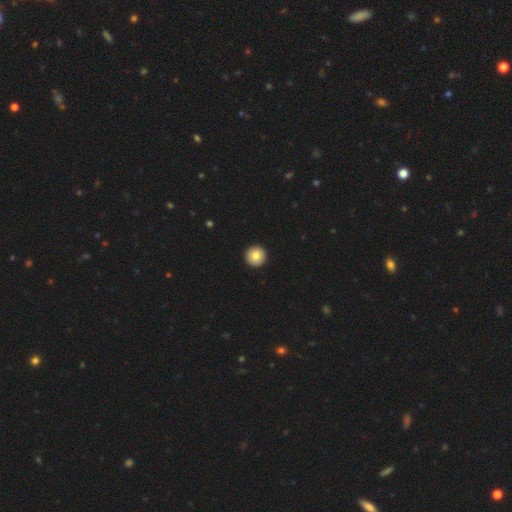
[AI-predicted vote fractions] smooth_or_featured: smooth (p=0.81) [alt: featured or disk p=0.11]
how_rounded: round (p=0.97) [alt: in between p=0.02]
merging: none (p=0.94) [alt: minor disturbance p=0.03]